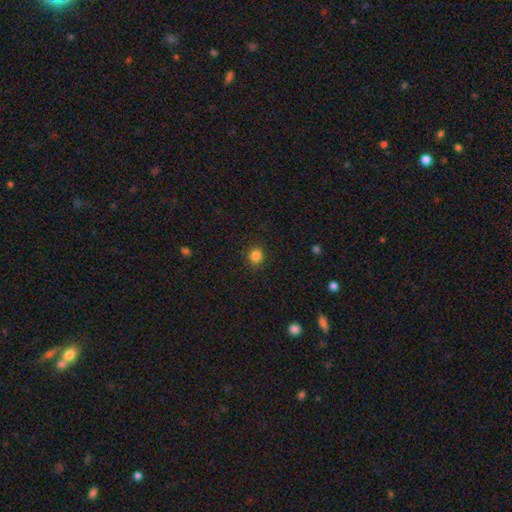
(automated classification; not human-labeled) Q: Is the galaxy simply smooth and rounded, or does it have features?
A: smooth — 84%.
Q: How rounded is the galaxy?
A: round — 85%.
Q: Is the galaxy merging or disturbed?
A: none — 90%.